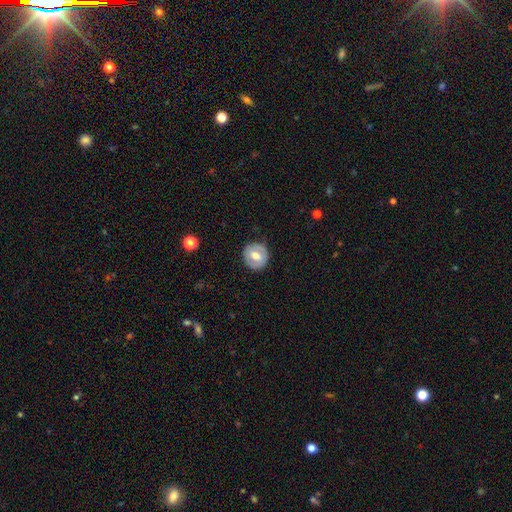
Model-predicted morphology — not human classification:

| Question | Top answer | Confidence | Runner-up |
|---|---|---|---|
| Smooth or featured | smooth | 49% | featured or disk (44%) |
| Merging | none | 86% | minor disturbance (10%) |